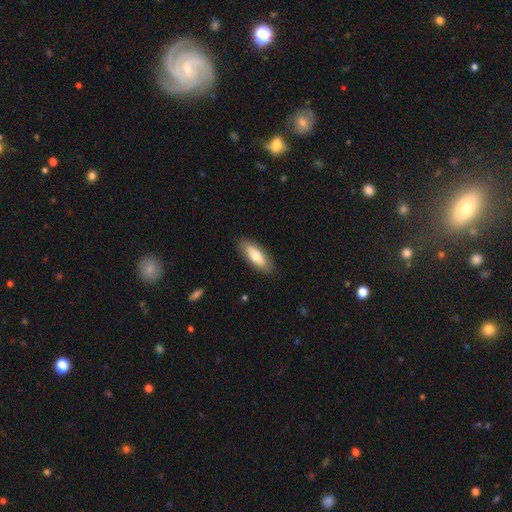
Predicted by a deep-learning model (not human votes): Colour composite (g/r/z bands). It shows a smooth galaxy with no disk features (70%) that is in between round and cigar-shaped (66%). Merging: none (87%).